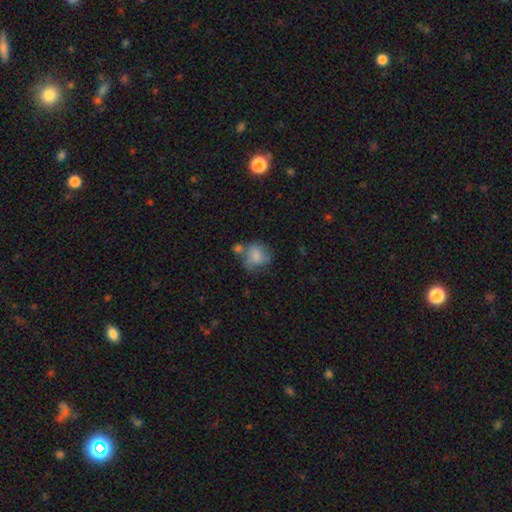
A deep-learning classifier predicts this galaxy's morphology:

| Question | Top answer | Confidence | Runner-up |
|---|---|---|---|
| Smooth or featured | smooth | 73% | featured or disk (18%) |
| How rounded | round | 63% | in between (36%) |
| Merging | none | 38% | merger (24%) |